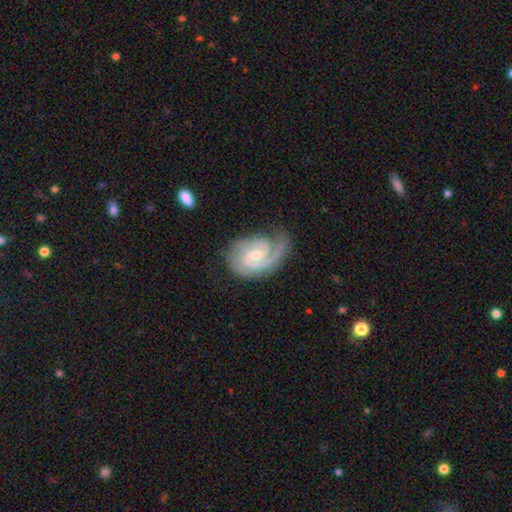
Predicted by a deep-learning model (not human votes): This appears to be a featured or disk galaxy (90%) with a weak bar (50%), 2 (59%) tight (59%) spiral arms (98%) and a small central bulge (48%, tied with moderate). Merging: none (68%).